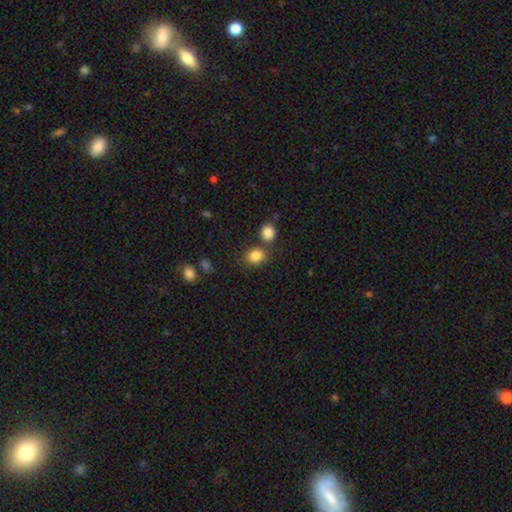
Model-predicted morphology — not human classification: Smooth or featured?
  - smooth: 84% *
  - star or artifact: 10%
  - featured or disk: 5%
How rounded?
  - round: 60% *
  - in between: 39%
  - cigar-shaped: 1%
Merging?
  - none: 67% *
  - merger: 19%
  - minor disturbance: 11%
  - major disturbance: 4%